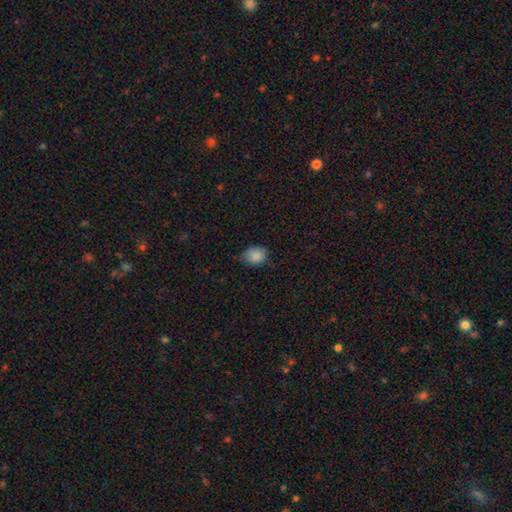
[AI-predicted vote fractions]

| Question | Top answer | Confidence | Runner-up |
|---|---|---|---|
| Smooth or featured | smooth | 86% | star or artifact (9%) |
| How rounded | round | 50% | in between (49%) |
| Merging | none | 62% | minor disturbance (32%) |